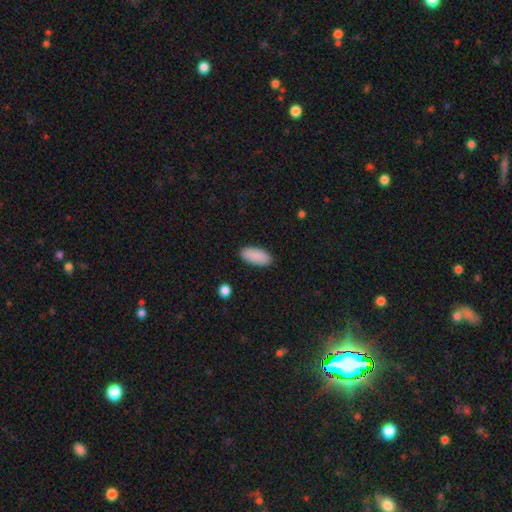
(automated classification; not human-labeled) This is clearly a smooth galaxy (90%). How rounded: clearly in between (89%). Merging: clearly none (89%).